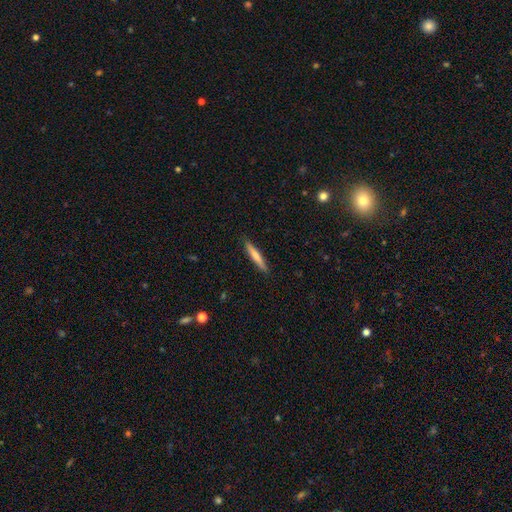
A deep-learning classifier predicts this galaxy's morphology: Smooth or featured? Predicted: smooth (p=0.67). How rounded? Predicted: cigar-shaped (p=0.93). Merging? Predicted: none (p=0.90).